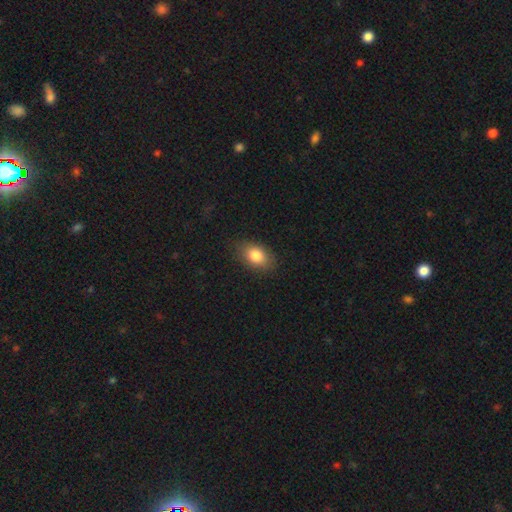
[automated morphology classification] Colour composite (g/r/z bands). It shows a smooth galaxy with no disk features (82%) that is in between round and cigar-shaped (83%). Merging: none (82%).